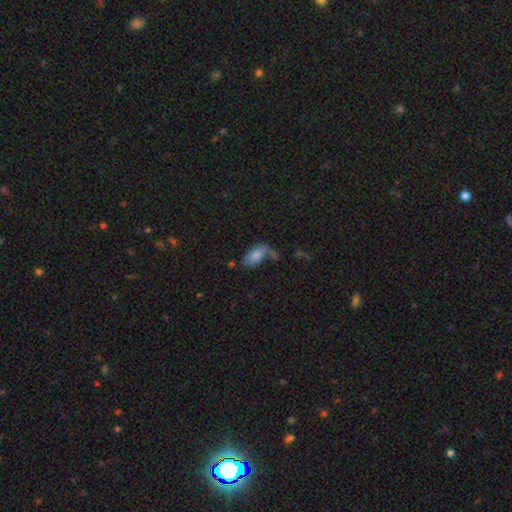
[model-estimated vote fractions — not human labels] Smooth or featured? Predicted: smooth (p=0.62). How rounded? Predicted: in between (p=0.88). Merging? Predicted: none (p=0.36).